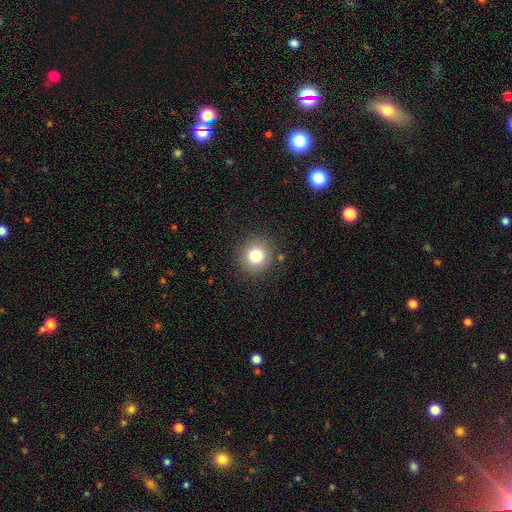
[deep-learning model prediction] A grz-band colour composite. It shows a smooth galaxy with no disk features (80%) that is round (91%). Merging: none (89%).